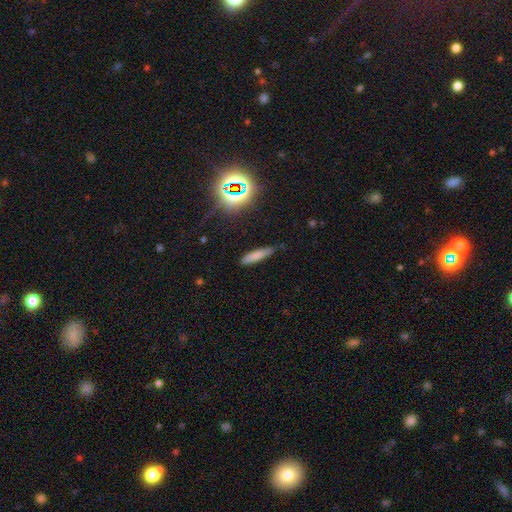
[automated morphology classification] This is likely a smooth galaxy (74%). How rounded: likely cigar-shaped (78%). Merging: clearly none (81%).